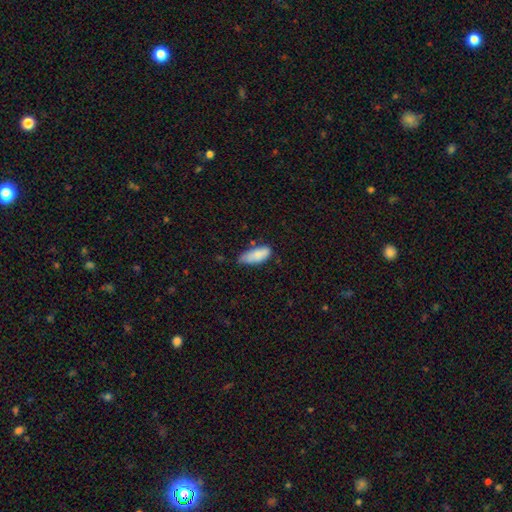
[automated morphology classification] A smooth galaxy with no disk features (83%) that is in between round and cigar-shaped (81%). Merging: minor disturbance (44%).